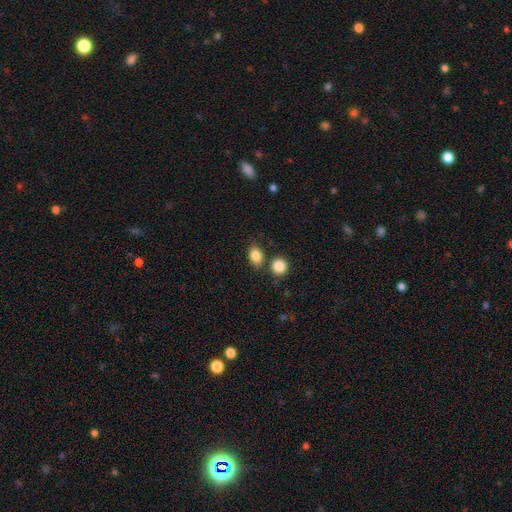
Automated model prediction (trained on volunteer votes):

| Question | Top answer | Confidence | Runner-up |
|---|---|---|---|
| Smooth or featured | smooth | 85% | star or artifact (9%) |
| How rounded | in between | 70% | round (29%) |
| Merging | none | 70% | merger (14%) |